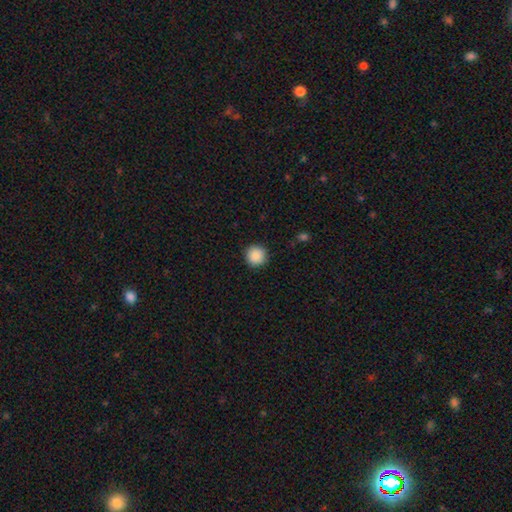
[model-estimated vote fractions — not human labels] smooth-or-featured: smooth: 89% | star or artifact: 8% | featured or disk: 3%
  how-rounded: round: 95% | in between: 4% | cigar-shaped: 1%
  merging: none: 92% | minor disturbance: 6% | major disturbance: 2% | merger: 1%